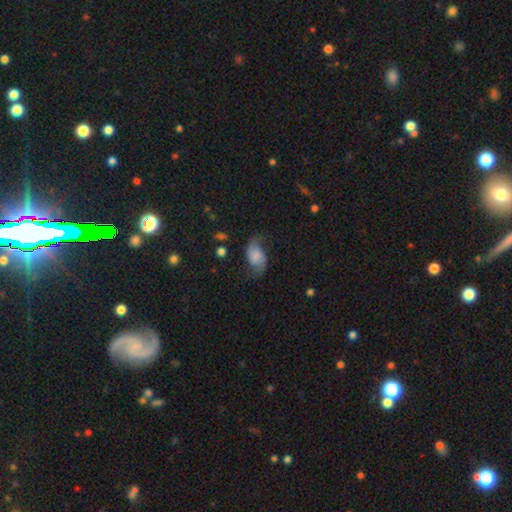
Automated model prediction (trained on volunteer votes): featured or disk 50%, smooth 40%, star or artifact 9%. Down the decision tree: edge-on disk — no (96%); merging — none (60%).